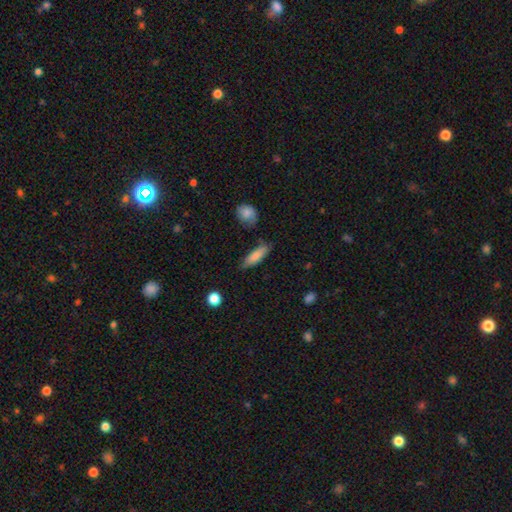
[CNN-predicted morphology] Smooth or featured? smooth (82%)
How rounded? cigar-shaped (54%)
Merging? none (75%)